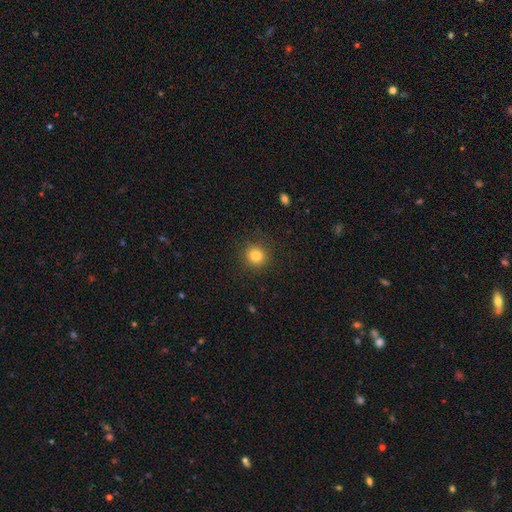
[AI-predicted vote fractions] The model was most divided on "smooth or featured": smooth: 82%, star or artifact: 12%, featured or disk: 6%. More confident: how rounded — round (91%); merging — none (90%).